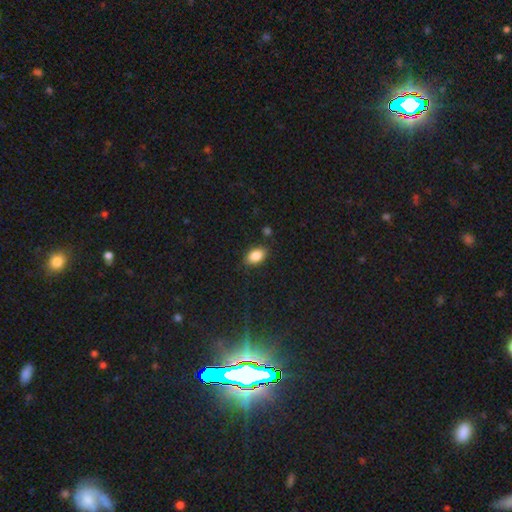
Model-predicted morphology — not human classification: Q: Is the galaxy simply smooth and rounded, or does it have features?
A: smooth — 86%.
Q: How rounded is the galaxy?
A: in between — 89%.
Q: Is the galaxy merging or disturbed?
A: none — 83%.